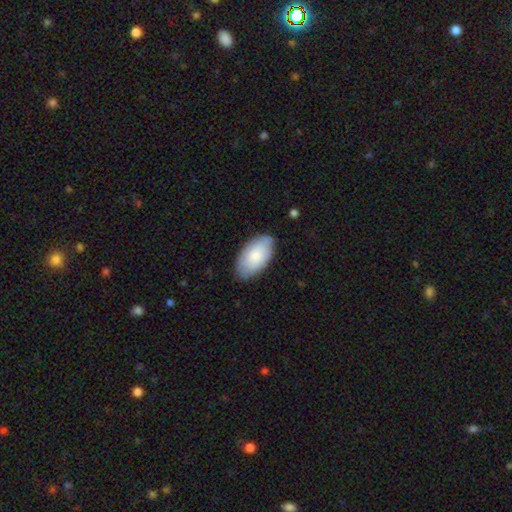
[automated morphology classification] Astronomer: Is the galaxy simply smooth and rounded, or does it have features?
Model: smooth — 78%.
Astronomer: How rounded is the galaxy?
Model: in between — 96%.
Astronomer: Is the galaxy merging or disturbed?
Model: none — 81%.